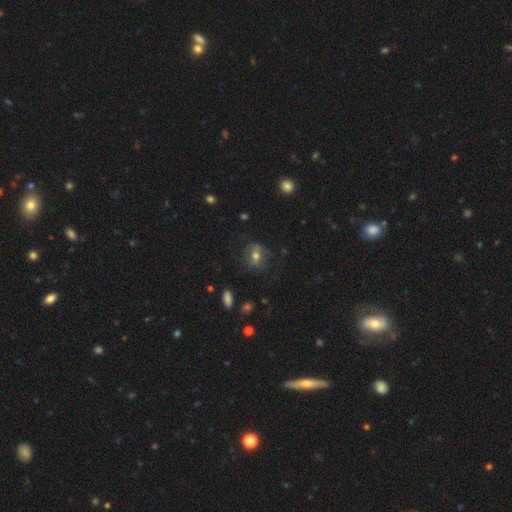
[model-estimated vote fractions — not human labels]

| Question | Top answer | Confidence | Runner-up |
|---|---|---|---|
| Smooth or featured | smooth | 52% | featured or disk (35%) |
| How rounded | round | 51% | in between (47%) |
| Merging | none | 68% | minor disturbance (20%) |